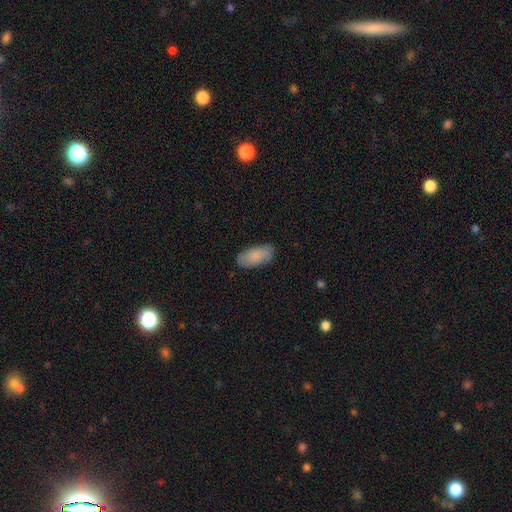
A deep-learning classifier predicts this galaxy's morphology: type=smooth (86%); roundness=in between (92%); merging=none (83%).